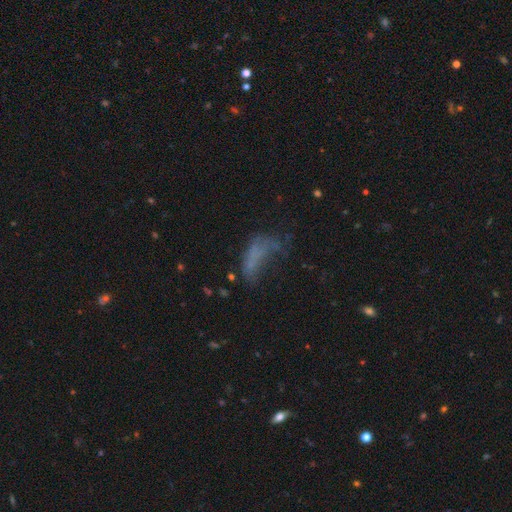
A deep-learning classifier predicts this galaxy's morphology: smooth_or_featured: smooth (p=0.44) [alt: featured or disk p=0.32]
merging: major disturbance (p=0.44) [alt: none p=0.29]